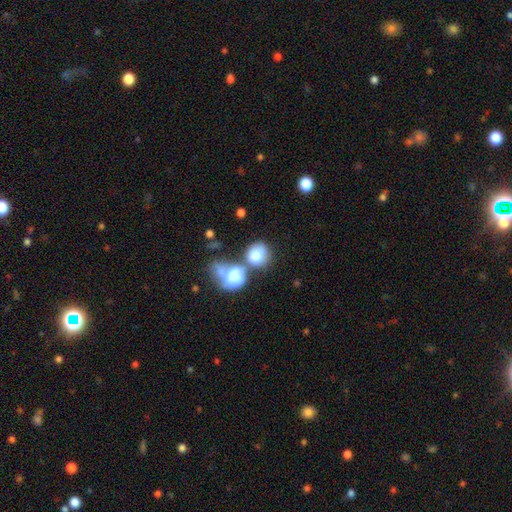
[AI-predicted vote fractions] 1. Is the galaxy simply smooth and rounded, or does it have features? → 75% smooth, 17% featured or disk, 8% star or artifact.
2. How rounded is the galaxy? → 72% round, 27% in between, 1% cigar-shaped.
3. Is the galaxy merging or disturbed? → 54% merger, 28% none, 10% minor disturbance, 9% major disturbance.